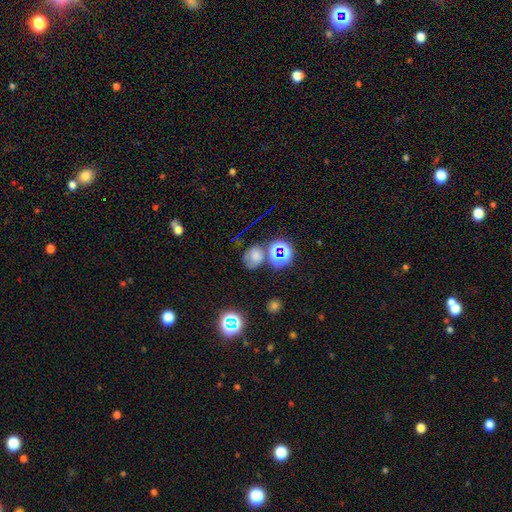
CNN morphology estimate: type=smooth (52%); roundness=round (54%); merging=none (56%).